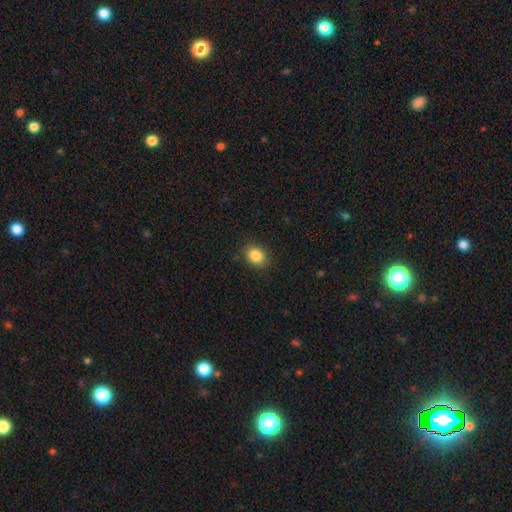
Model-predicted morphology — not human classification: smooth_or_featured: smooth (p=0.86) [alt: star or artifact p=0.10]
how_rounded: in between (p=0.51) [alt: round p=0.48]
merging: none (p=0.87) [alt: minor disturbance p=0.10]